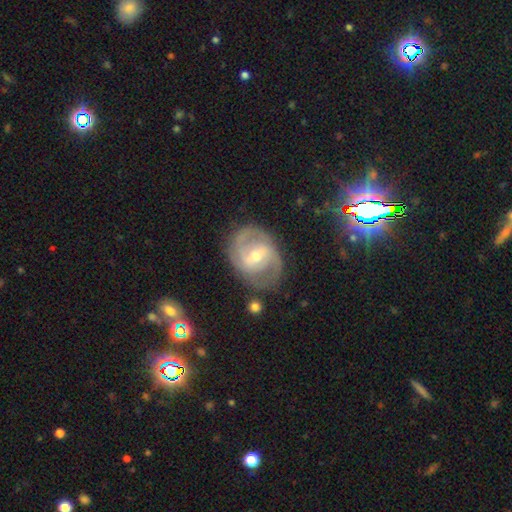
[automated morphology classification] A featured or disk galaxy (83%) with a weak bar (51%), 2 (64%) tight (45%) spiral arms (91%) and a moderate central bulge (56%).

Vote fractions:
- Smooth or featured? featured or disk: 83% / smooth: 11% / star or artifact: 6%
- Edge-on disk? no: 97% / yes: 3%
- Bar? weak: 51% / strong: 31% / no: 19%
- Spiral arms? yes: 91% / no: 9%
- Spiral winding? tight: 45% / medium: 43% / loose: 13%
- Spiral arm count? 2: 64% / can't tell: 15% / 3: 13% / 1: 3% / 4: 3% / more than 4: 2%
- Bulge size? moderate: 56% / small: 40% / large: 2% / none: 1% / dominant: 1%
- Merging? none: 75% / minor disturbance: 17% / major disturbance: 7% / merger: 2%